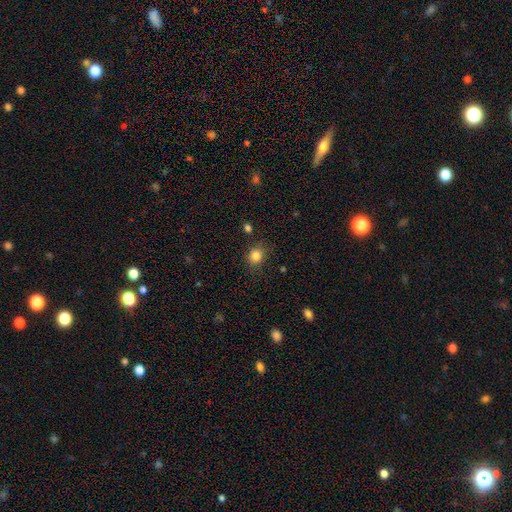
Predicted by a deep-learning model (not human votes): Smooth or featured? smooth (84%)
How rounded? round (69%)
Merging? none (80%)